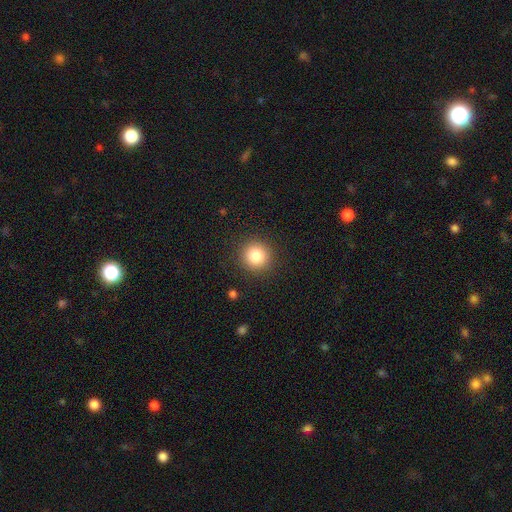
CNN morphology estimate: A smooth galaxy with no disk features (83%) that is round (94%). Merging: none (90%).